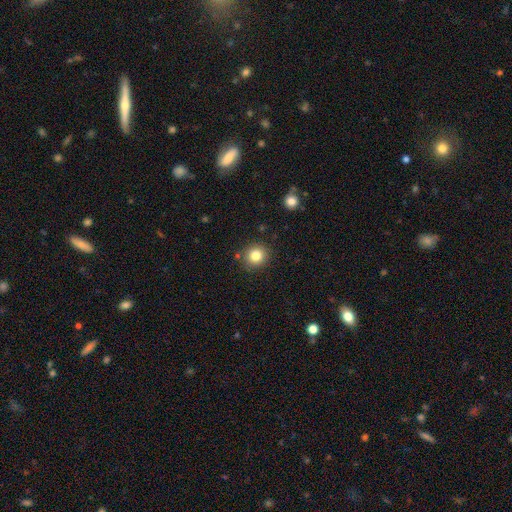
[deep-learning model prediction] This is clearly a smooth galaxy (82%). How rounded: clearly round (90%). Merging: clearly none (87%).